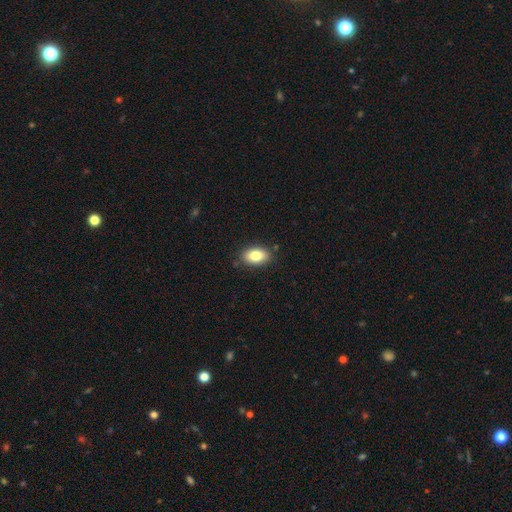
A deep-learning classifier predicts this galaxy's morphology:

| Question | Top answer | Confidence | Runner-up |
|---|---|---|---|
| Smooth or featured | smooth | 82% | featured or disk (10%) |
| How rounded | in between | 90% | round (7%) |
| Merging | none | 86% | minor disturbance (11%) |